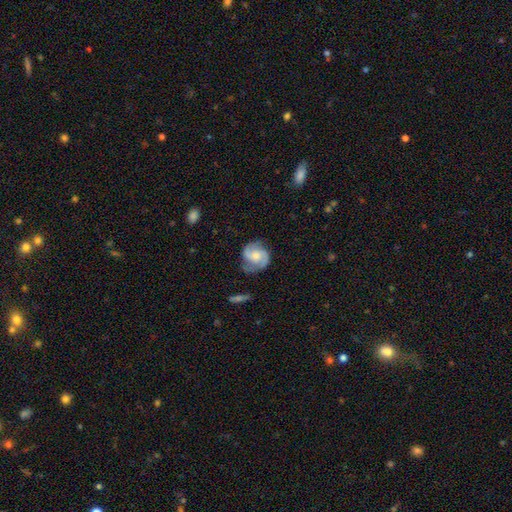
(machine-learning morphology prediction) smooth_or_featured: featured or disk (p=0.79) [alt: smooth p=0.15]
disk_edge_on: no (p=0.98) [alt: yes p=0.02]
bar: no (p=0.59) [alt: weak p=0.34]
has_spiral_arms: yes (p=0.96) [alt: no p=0.04]
spiral_winding: medium (p=0.52) [alt: tight p=0.28]
spiral_arm_count: 2 (p=0.88) [alt: can't tell p=0.04]
bulge_size: moderate (p=0.52) [alt: small p=0.28]
merging: none (p=0.74) [alt: minor disturbance p=0.17]